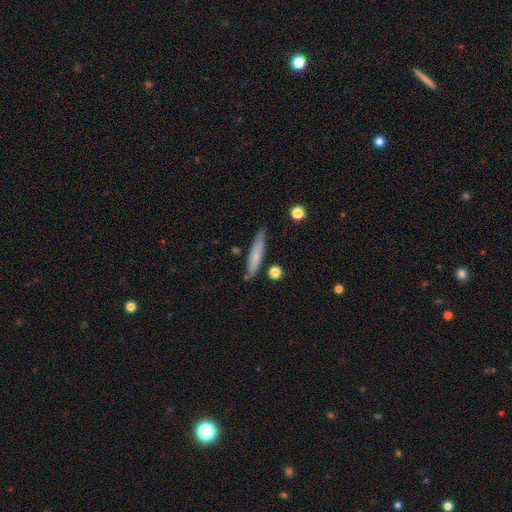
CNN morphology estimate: smooth 69%, featured or disk 24%, star or artifact 6%. Down the decision tree: how rounded — cigar-shaped (90%); merging — none (80%).